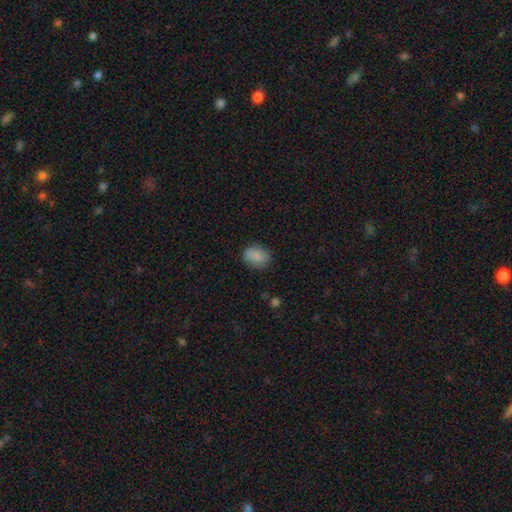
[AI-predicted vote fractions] Smooth or featured? smooth (86%)
How rounded? in between (63%)
Merging? none (79%)